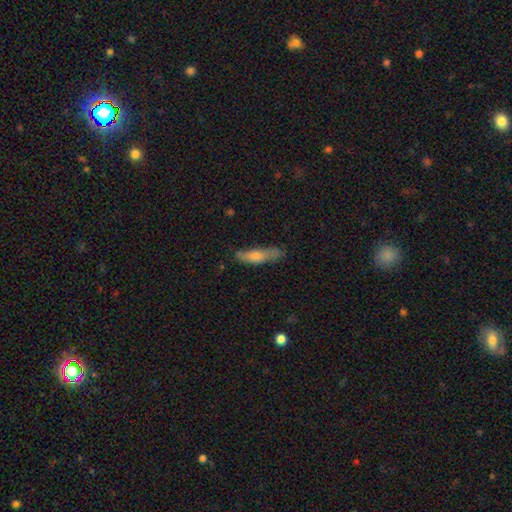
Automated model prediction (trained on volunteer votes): The model was most divided on "smooth or featured": smooth: 62%, featured or disk: 30%, star or artifact: 7%. More confident: how rounded — cigar-shaped (74%); merging — none (67%).